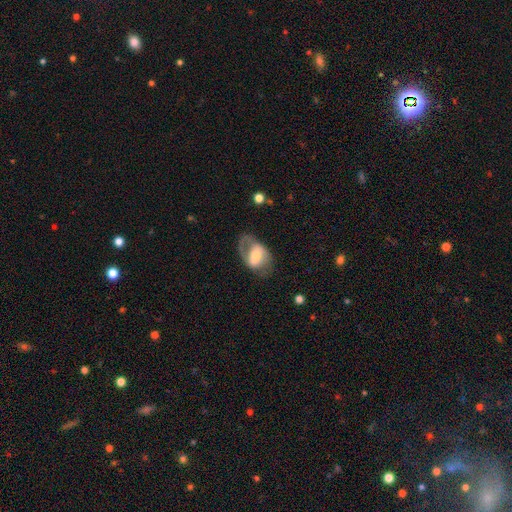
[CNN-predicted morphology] This appears to be a featured or disk galaxy (57%) with a weak bar (36%), spiral arms (58%) and a moderate central bulge (54%). Merging: none (52%).